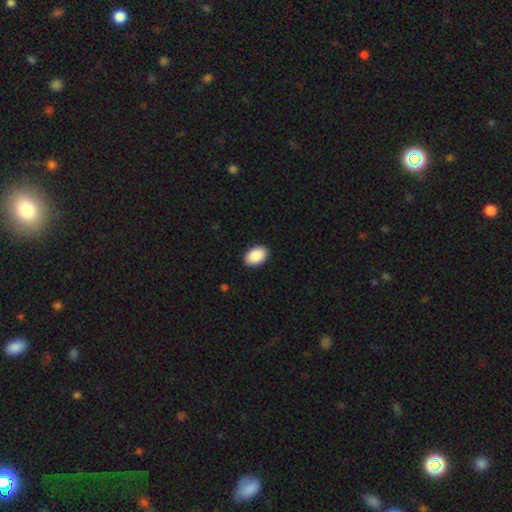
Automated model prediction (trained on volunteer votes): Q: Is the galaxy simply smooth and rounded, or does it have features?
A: smooth — 90%.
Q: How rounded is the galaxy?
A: in between — 89%.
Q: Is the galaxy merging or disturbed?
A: none — 90%.